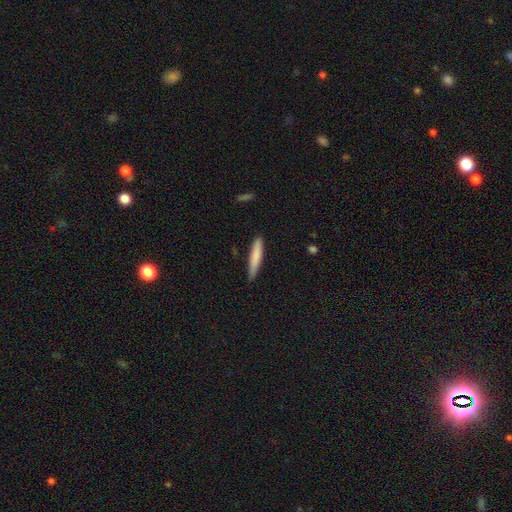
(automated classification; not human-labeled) smooth_or_featured: smooth (p=0.79) [alt: featured or disk p=0.15]
how_rounded: cigar-shaped (p=0.90) [alt: in between p=0.08]
merging: none (p=0.82) [alt: minor disturbance p=0.15]